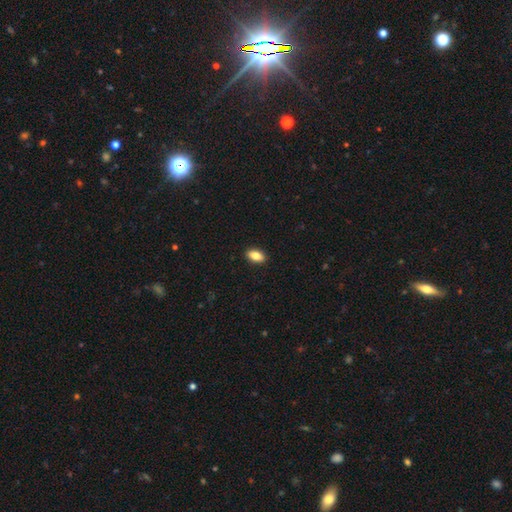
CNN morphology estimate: Smooth or featured? Predicted: smooth (p=0.84). How rounded? Predicted: in between (p=0.91). Merging? Predicted: none (p=0.91).